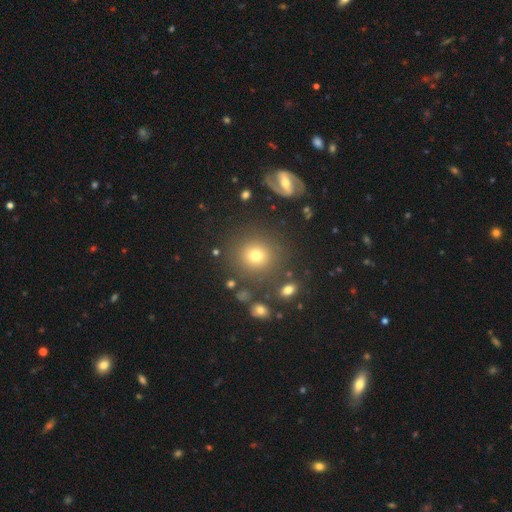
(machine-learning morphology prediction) Q: Smooth or featured?
A: smooth (69%); runner-up: star or artifact (16%)
Q: How rounded?
A: round (89%); runner-up: in between (10%)
Q: Merging?
A: none (82%); runner-up: minor disturbance (9%)